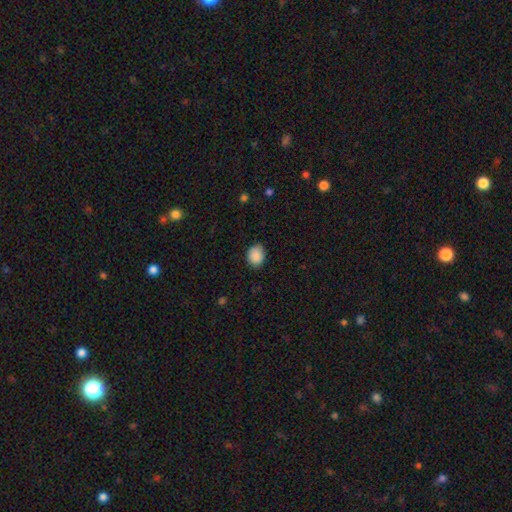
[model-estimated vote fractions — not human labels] Smooth or featured: smooth — 88% (star or artifact — 8%)
How rounded: round — 60% (in between — 39%)
Merging: none — 81% (minor disturbance — 15%)